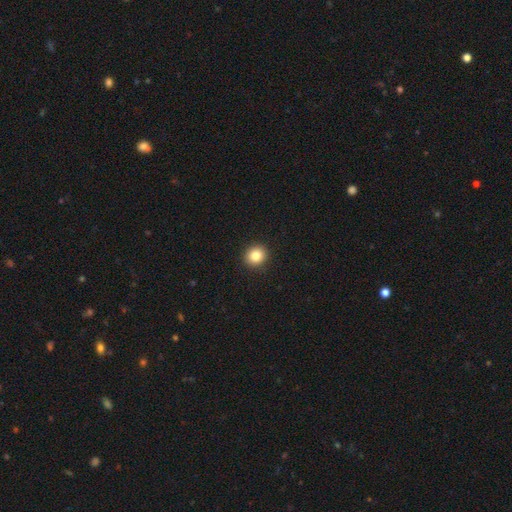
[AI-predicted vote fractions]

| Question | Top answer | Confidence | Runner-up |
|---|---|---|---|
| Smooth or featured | smooth | 83% | star or artifact (10%) |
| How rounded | round | 86% | in between (13%) |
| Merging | none | 93% | minor disturbance (5%) |